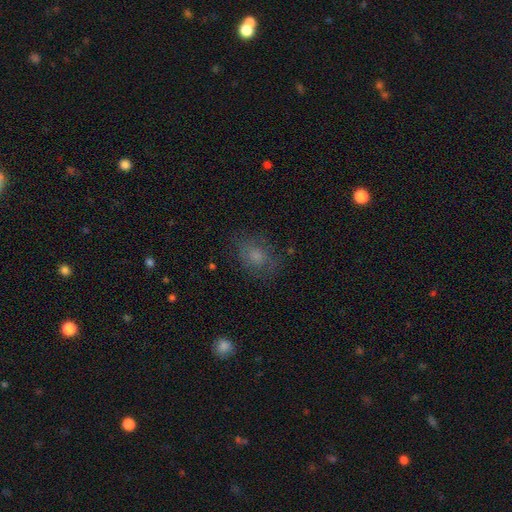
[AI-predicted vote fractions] smooth_or_featured: smooth (p=0.62) [alt: featured or disk p=0.23]
how_rounded: in between (p=0.57) [alt: round p=0.41]
merging: none (p=0.70) [alt: minor disturbance p=0.18]